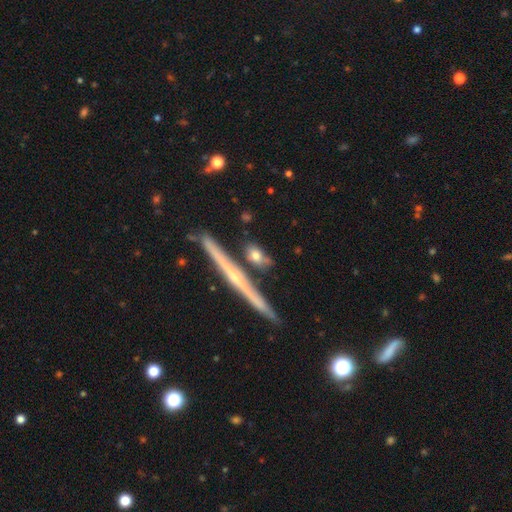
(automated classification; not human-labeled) Smooth or featured: smooth — 65% (featured or disk — 27%)
How rounded: in between — 48% (cigar-shaped — 32%)
Merging: none — 73% (minor disturbance — 14%)